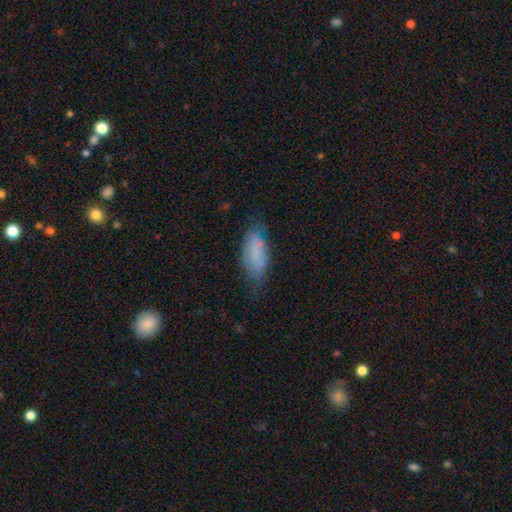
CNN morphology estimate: type=smooth (73%); roundness=in between (82%); merging=none (59%).